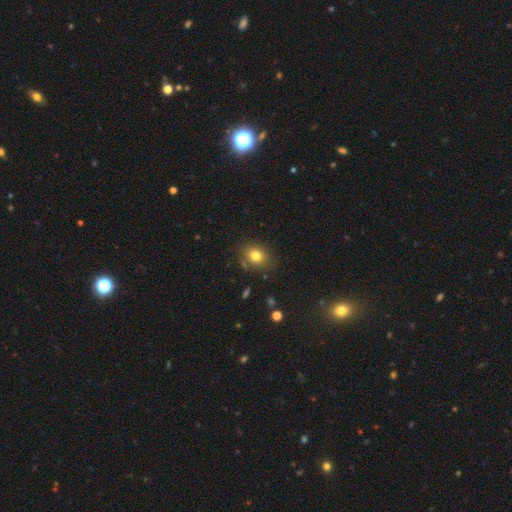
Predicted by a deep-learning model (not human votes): Smooth or featured? Predicted: smooth (p=0.78). How rounded? Predicted: round (p=0.54). Merging? Predicted: none (p=0.77).